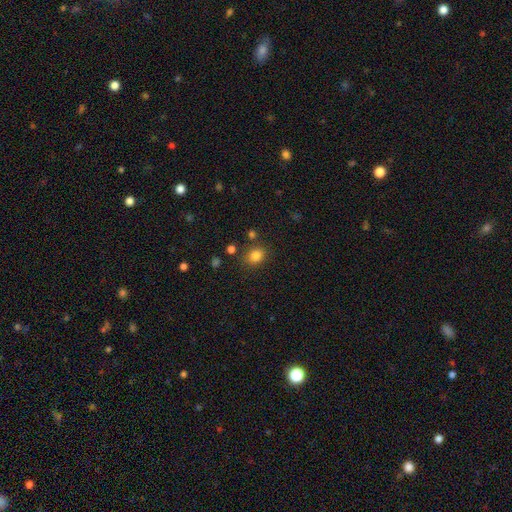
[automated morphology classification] smooth_or_featured: smooth (p=0.82) [alt: star or artifact p=0.13]
how_rounded: round (p=0.63) [alt: in between p=0.36]
merging: none (p=0.81) [alt: minor disturbance p=0.11]